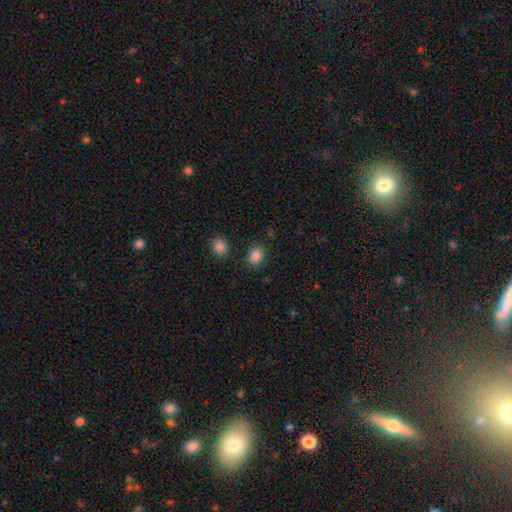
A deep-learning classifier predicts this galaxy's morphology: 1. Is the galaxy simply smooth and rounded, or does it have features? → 86% smooth, 10% star or artifact, 4% featured or disk.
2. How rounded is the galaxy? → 50% round (tied), 50% in between (tied), 1% cigar-shaped.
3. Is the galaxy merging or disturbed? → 84% none, 10% minor disturbance, 3% merger, 3% major disturbance.